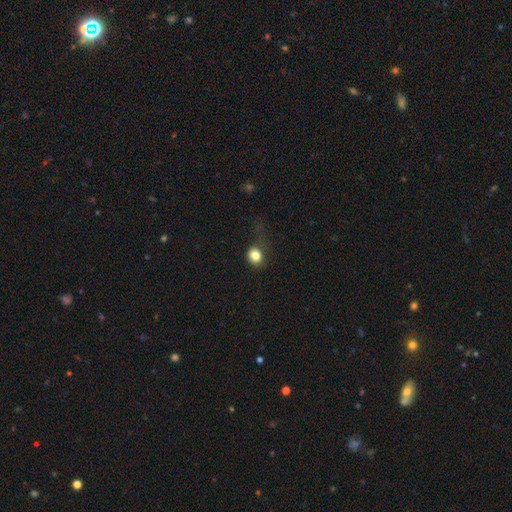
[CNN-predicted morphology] smooth-or-featured: smooth: 83% | star or artifact: 11% | featured or disk: 6%
  how-rounded: round: 70% | in between: 29% | cigar-shaped: 1%
  merging: none: 60% | minor disturbance: 24% | major disturbance: 14% | merger: 2%